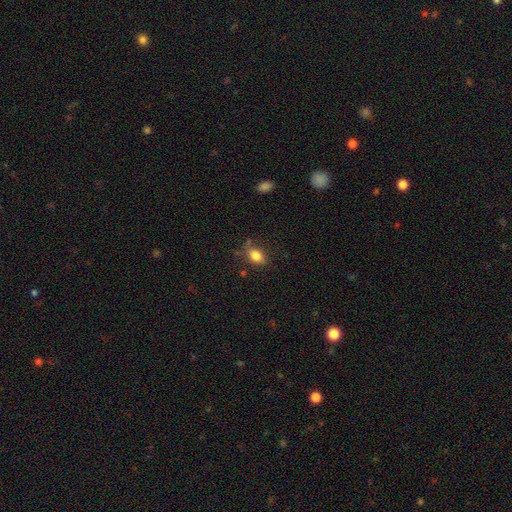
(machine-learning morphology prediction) Smooth or featured? Predicted: smooth (p=0.83). How rounded? Predicted: in between (p=0.76). Merging? Predicted: none (p=0.69).